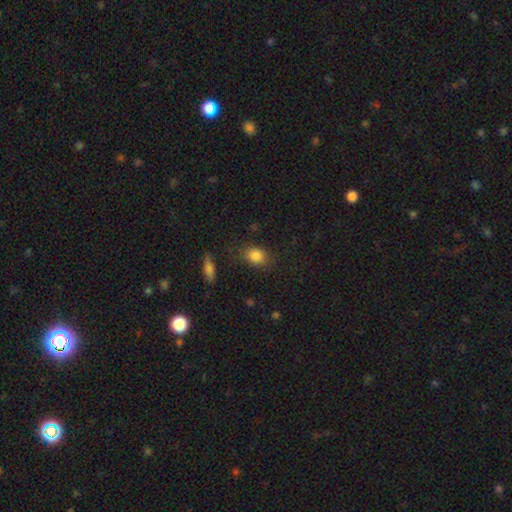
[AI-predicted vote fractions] Smooth or featured: smooth — 83% (star or artifact — 11%)
How rounded: in between — 51% (round — 48%)
Merging: none — 77% (minor disturbance — 15%)